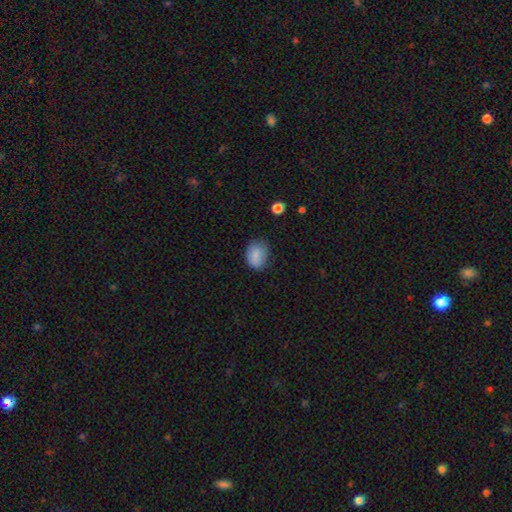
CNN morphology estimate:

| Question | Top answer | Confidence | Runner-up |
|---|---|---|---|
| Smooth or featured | smooth | 84% | star or artifact (8%) |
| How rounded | in between | 67% | round (32%) |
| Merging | none | 70% | minor disturbance (24%) |